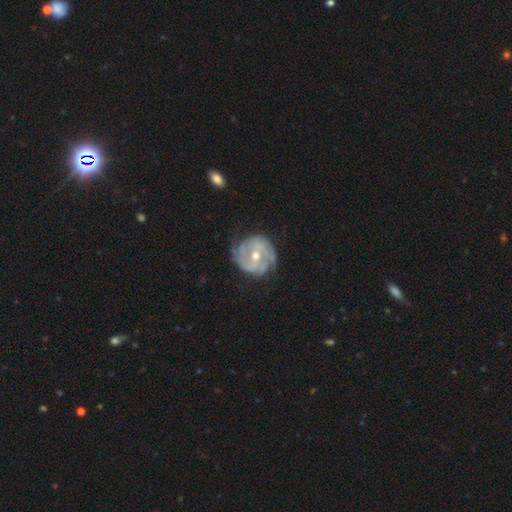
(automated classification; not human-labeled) The model was most divided on "spiral arm count": 2: 32%, can't tell: 25%, 3: 25%, 4: 8%, 1: 5%, more than 4: 5%. More confident: edge-on disk — no (97%); spiral arms — yes (93%); smooth or featured — featured or disk (84%); merging — none (71%); bulge size — moderate (64%); spiral winding — tight (57%); bar — no (51%).